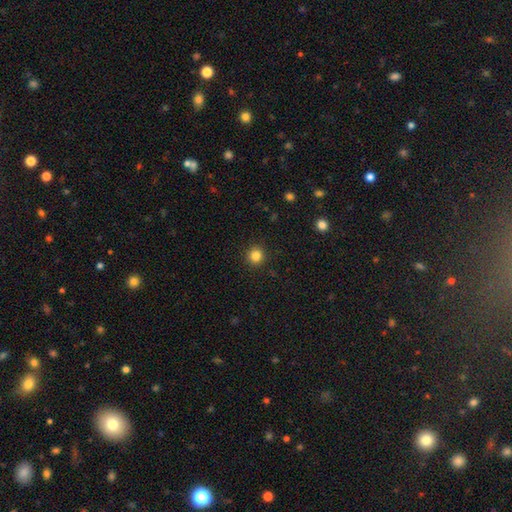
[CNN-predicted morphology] A smooth galaxy with no disk features (84%) that is round (93%).

Vote fractions:
- Smooth or featured? smooth: 84% / star or artifact: 12% / featured or disk: 4%
- How rounded? round: 93% / in between: 6% / cigar-shaped: 1%
- Merging? none: 92% / minor disturbance: 5% / major disturbance: 2% / merger: 1%